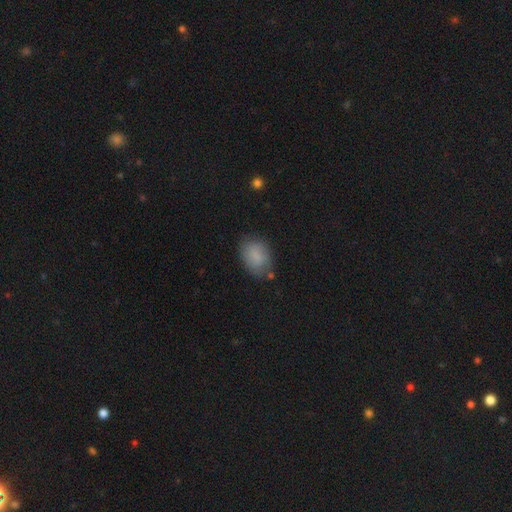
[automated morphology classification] Smooth or featured: smooth — 82% (featured or disk — 10%)
How rounded: in between — 82% (round — 17%)
Merging: none — 69% (minor disturbance — 22%)